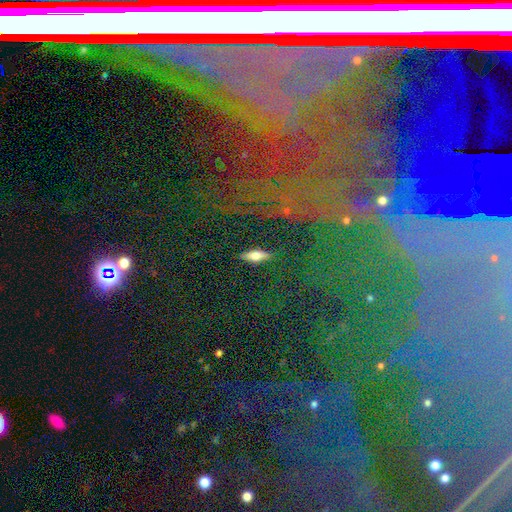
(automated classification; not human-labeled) smooth-or-featured: smooth: 55% | featured or disk: 36% | star or artifact: 10%
  how-rounded: in between: 51% | cigar-shaped: 44% | round: 5%
  merging: none: 87% | minor disturbance: 9% | major disturbance: 2% | merger: 2%